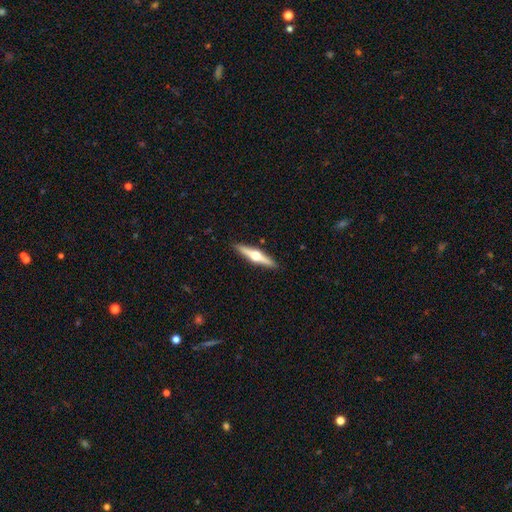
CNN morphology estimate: This is likely a featured or disk galaxy (69%). It is clearly viewed edge-on (97%). Edge-on bulge: clearly rounded (96%). Merging: clearly none (91%).